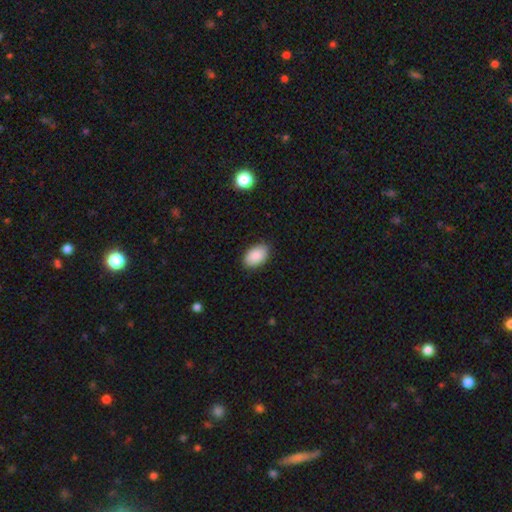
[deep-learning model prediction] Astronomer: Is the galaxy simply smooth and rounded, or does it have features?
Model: smooth — 90%.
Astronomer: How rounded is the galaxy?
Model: in between — 92%.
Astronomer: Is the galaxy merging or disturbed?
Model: none — 87%.